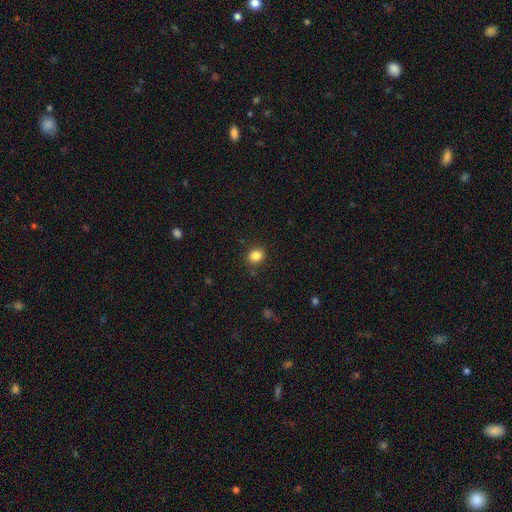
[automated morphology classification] The model was most divided on "how rounded": round: 73%, in between: 26%, cigar-shaped: 1%. More confident: merging — none (87%); smooth or featured — smooth (84%).